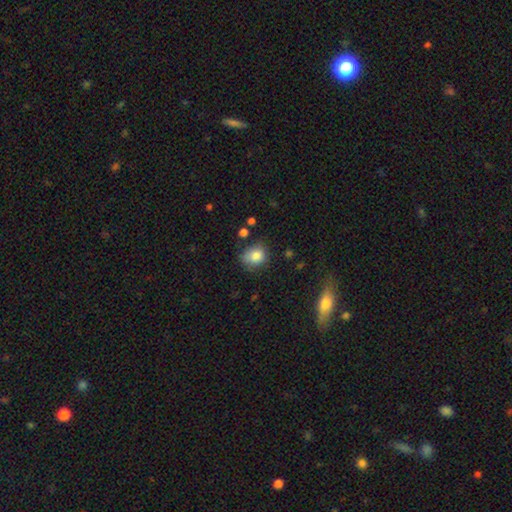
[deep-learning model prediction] smooth-or-featured: smooth: 82% | star or artifact: 10% | featured or disk: 8%
  how-rounded: round: 57% | in between: 42% | cigar-shaped: 1%
  merging: none: 56% | minor disturbance: 30% | major disturbance: 10% | merger: 4%